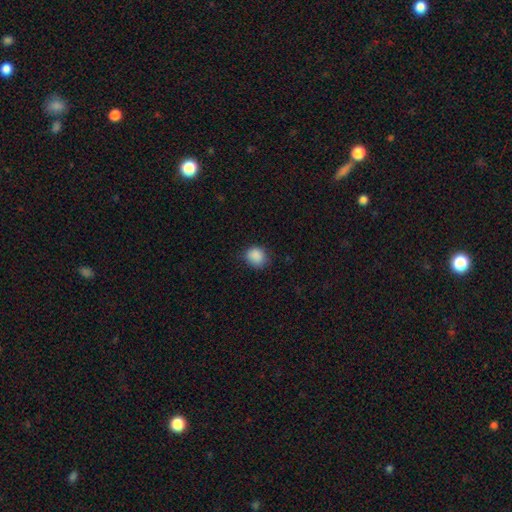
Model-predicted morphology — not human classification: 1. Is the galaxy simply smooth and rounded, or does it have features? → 88% smooth, 9% star or artifact, 3% featured or disk.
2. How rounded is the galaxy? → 71% round, 29% in between, 1% cigar-shaped.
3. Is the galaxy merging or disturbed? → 77% none, 18% minor disturbance, 4% major disturbance, 1% merger.